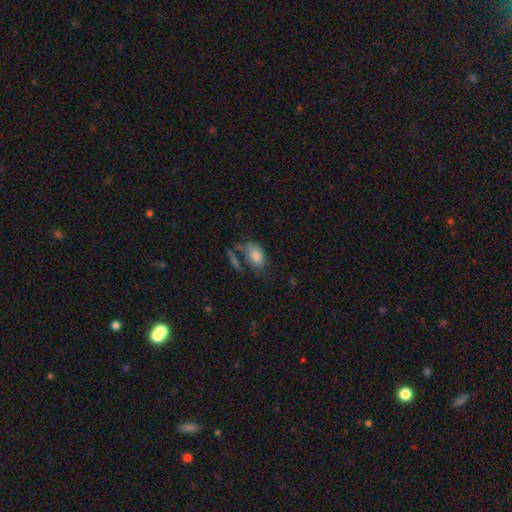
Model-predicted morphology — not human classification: type=smooth (81%); roundness=in between (89%); merging=none (46%).